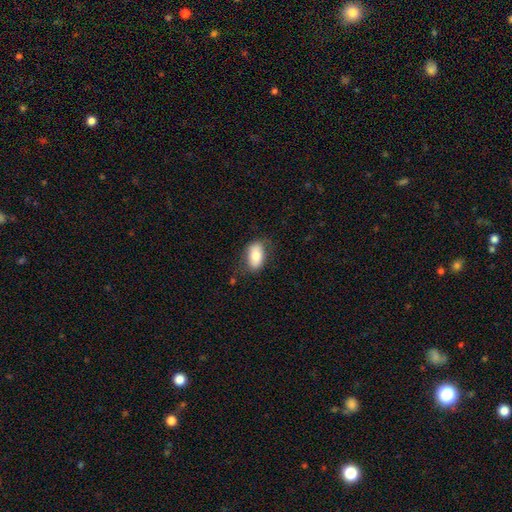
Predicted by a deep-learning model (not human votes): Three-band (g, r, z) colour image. It shows a smooth galaxy with no disk features (76%) that is in between round and cigar-shaped (91%). Merging: none (73%).